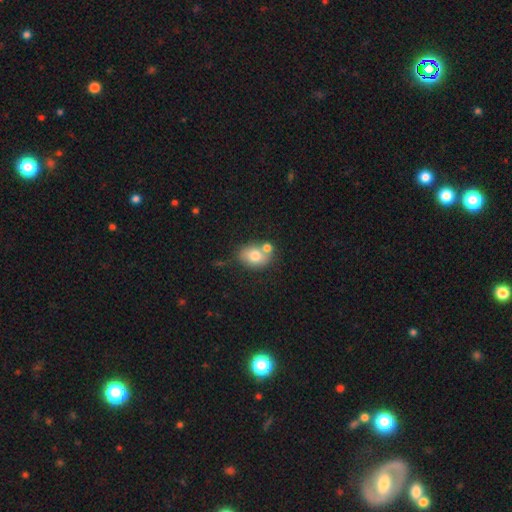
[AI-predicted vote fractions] smooth-or-featured: smooth: 74% | featured or disk: 17% | star or artifact: 9%
  how-rounded: in between: 56% | round: 43% | cigar-shaped: 1%
  merging: none: 52% | merger: 31% | minor disturbance: 13% | major disturbance: 4%